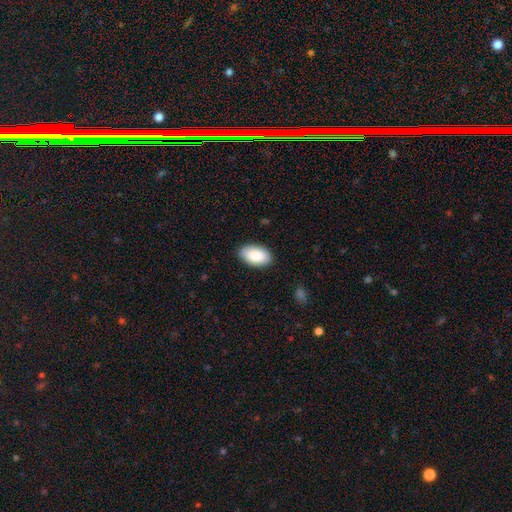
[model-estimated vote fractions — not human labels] smooth-or-featured: smooth: 86% | featured or disk: 8% | star or artifact: 6%
  how-rounded: in between: 95% | round: 3% | cigar-shaped: 1%
  merging: none: 88% | minor disturbance: 9% | major disturbance: 2% | merger: 1%